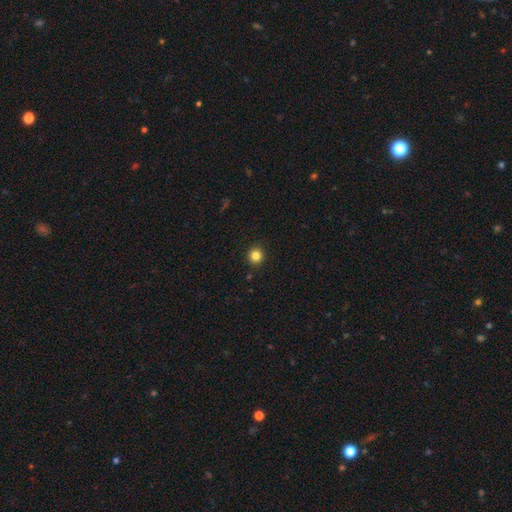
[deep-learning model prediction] Morphology: type=smooth (83%); roundness=round (91%); merging=none (92%).